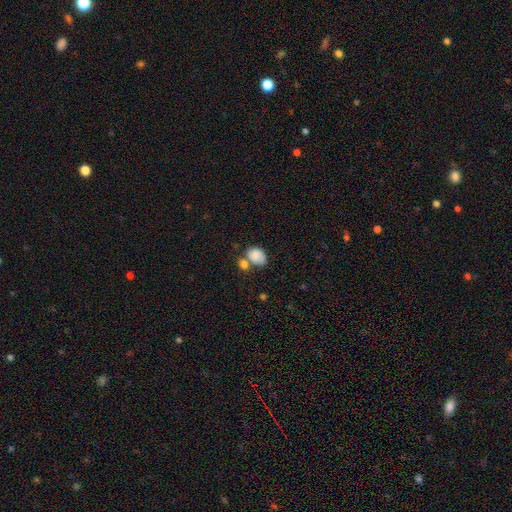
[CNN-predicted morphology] This is clearly a smooth galaxy (82%). How rounded: likely in between (69%). Merging: marginally none (38%).